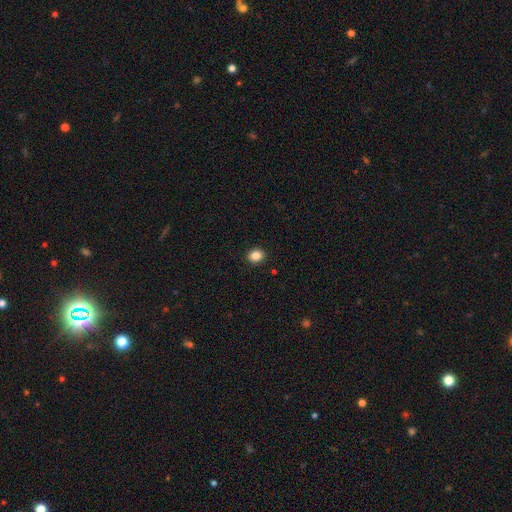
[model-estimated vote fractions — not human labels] smooth 85%, star or artifact 11%, featured or disk 4%. Down the decision tree: how rounded — round (71%); merging — none (92%).